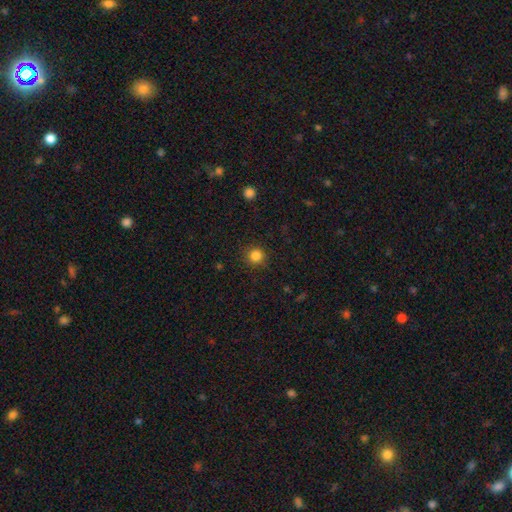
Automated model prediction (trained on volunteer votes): Overall: smooth (84%). How rounded: round (93%). Merging: none (90%).